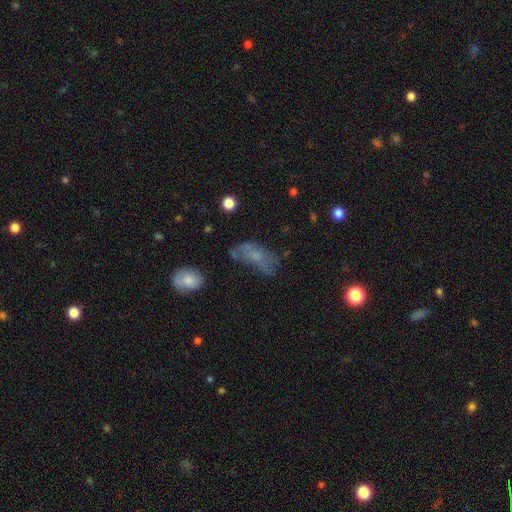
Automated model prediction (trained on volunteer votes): Smooth or featured? Predicted: smooth (p=0.55). How rounded? Predicted: in between (p=0.82). Merging? Predicted: none (p=0.35).